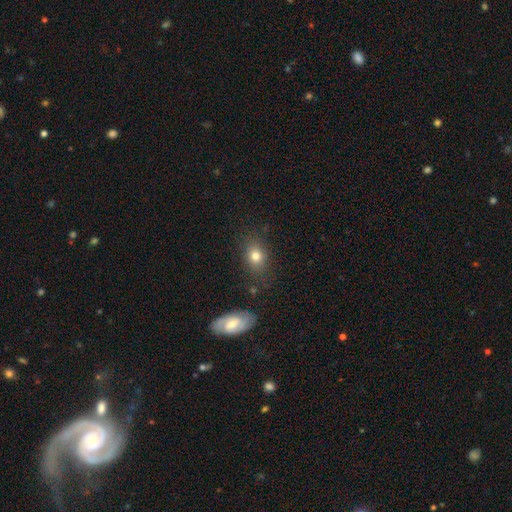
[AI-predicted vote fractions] Smooth or featured? smooth (78%)
How rounded? in between (62%)
Merging? none (78%)